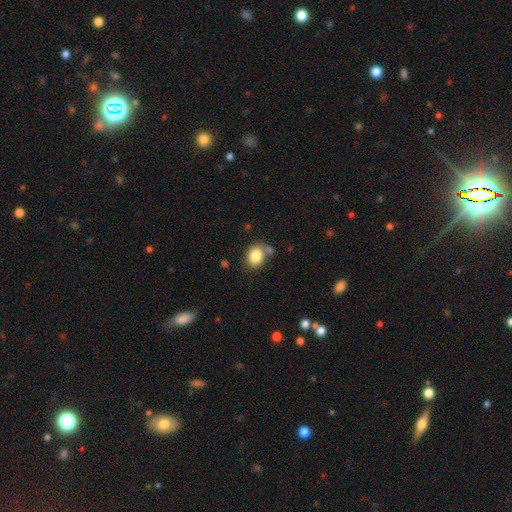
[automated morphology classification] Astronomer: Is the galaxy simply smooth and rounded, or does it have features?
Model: smooth — 83%.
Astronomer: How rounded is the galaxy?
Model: in between — 53% (runner-up: round, 47%).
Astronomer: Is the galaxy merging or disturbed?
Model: none — 66%.